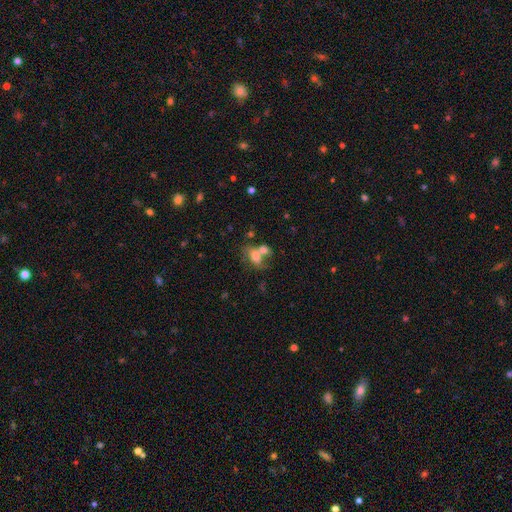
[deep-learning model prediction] Smooth or featured? smooth (65%)
How rounded? in between (84%)
Merging? merger (51%)